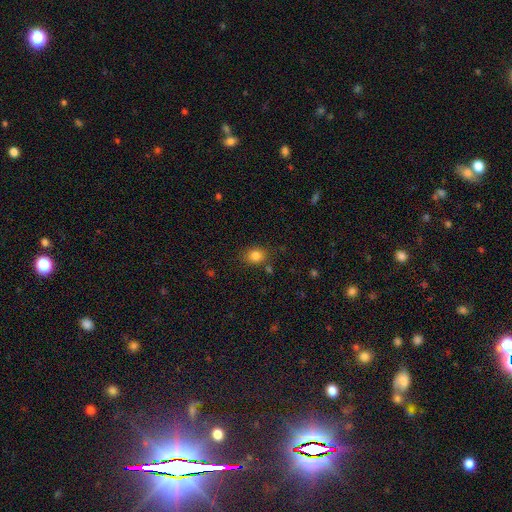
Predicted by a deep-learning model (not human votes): Q: Smooth or featured?
A: smooth (83%); runner-up: star or artifact (11%)
Q: How rounded?
A: round (57%); runner-up: in between (42%)
Q: Merging?
A: none (80%); runner-up: minor disturbance (12%)